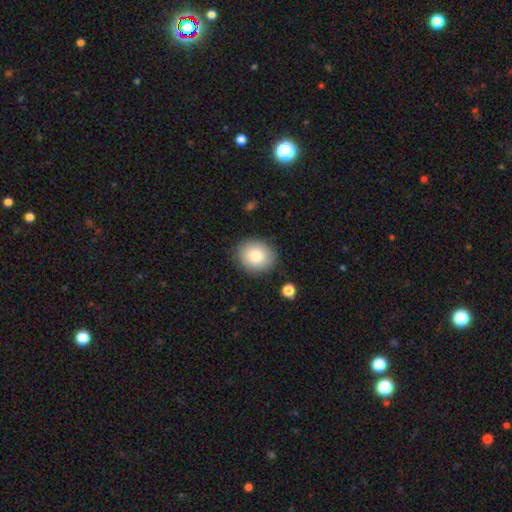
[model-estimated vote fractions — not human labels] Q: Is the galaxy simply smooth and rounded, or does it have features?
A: smooth — 83%.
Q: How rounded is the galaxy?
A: round — 65%.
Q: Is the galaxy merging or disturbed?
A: none — 86%.